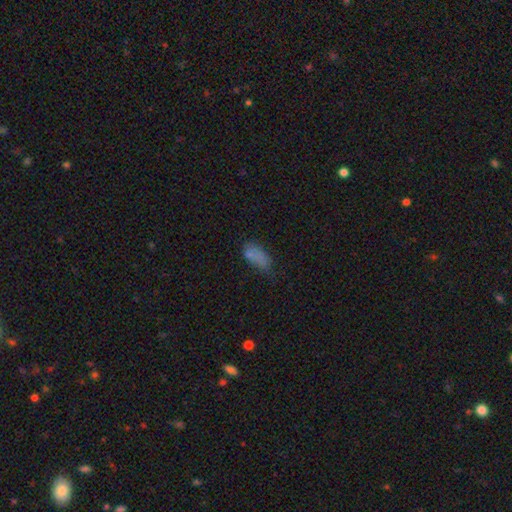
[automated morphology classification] The model was most divided on "merging": none: 47%, minor disturbance: 30%, major disturbance: 16%, merger: 8%. More confident: how rounded — in between (85%); smooth or featured — smooth (75%).